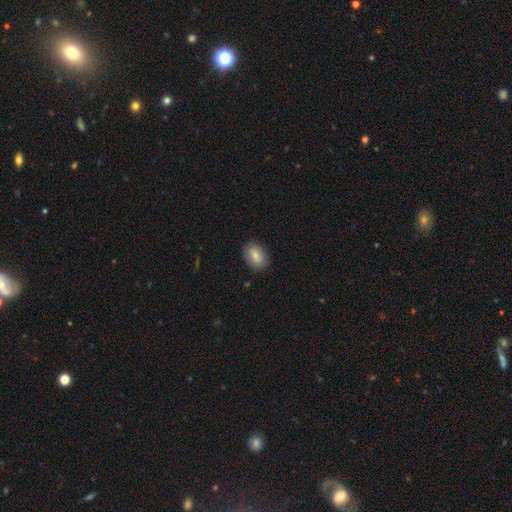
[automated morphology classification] This appears to be a smooth galaxy with no disk features (82%) that is in between round and cigar-shaped (84%). Merging: none (86%).